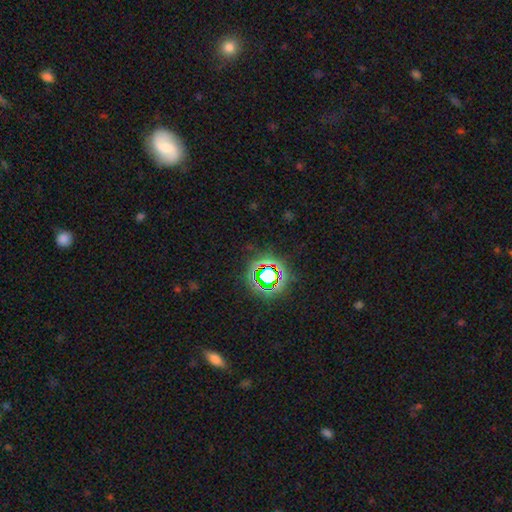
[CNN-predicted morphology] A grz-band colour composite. It shows a star or artifact, not a galaxy (71%).